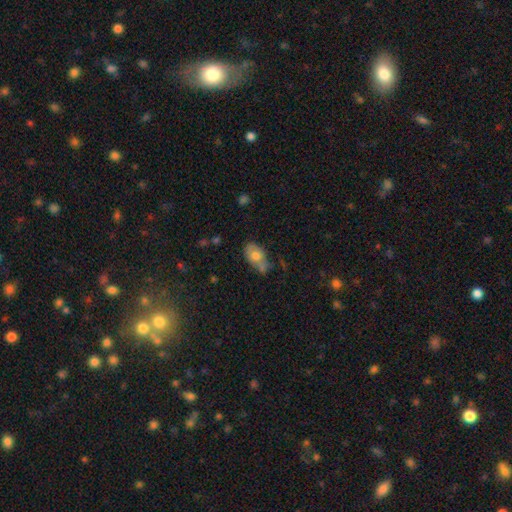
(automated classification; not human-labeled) A smooth galaxy with no disk features (69%) that is in between round and cigar-shaped (85%). Merging: none (43%).